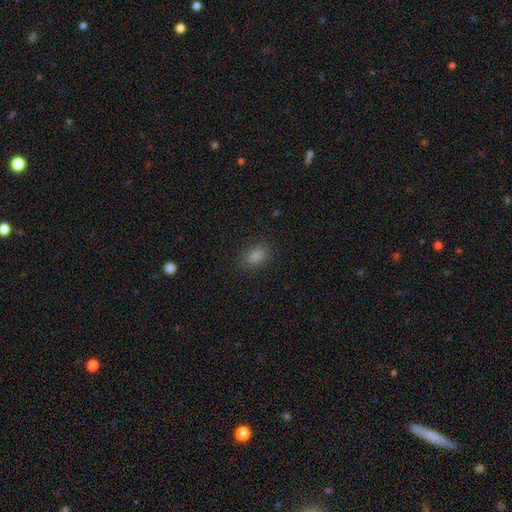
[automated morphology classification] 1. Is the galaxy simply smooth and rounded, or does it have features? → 80% smooth, 15% star or artifact, 5% featured or disk.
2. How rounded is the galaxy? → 74% in between, 24% round, 2% cigar-shaped.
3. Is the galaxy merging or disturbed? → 86% none, 10% minor disturbance, 3% major disturbance, 1% merger.